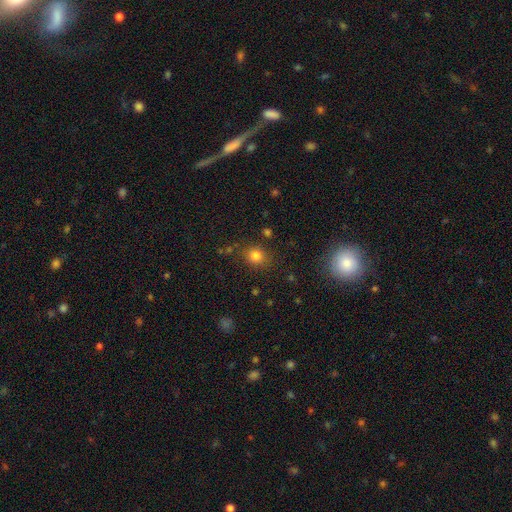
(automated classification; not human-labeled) smooth 80%, star or artifact 14%, featured or disk 6%. Down the decision tree: how rounded — round (76%); merging — none (81%).